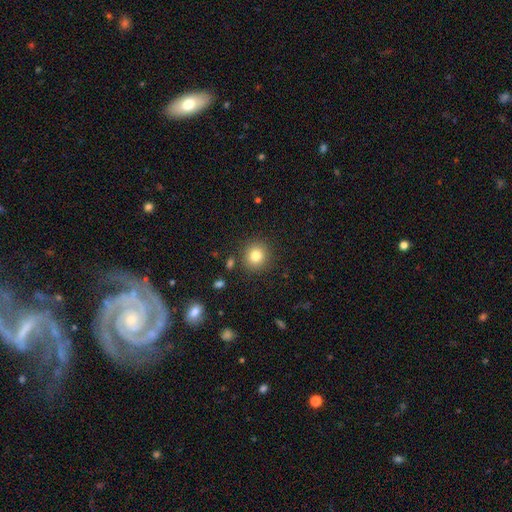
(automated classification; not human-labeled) Smooth or featured?
  - smooth: 81% *
  - star or artifact: 12%
  - featured or disk: 8%
How rounded?
  - round: 89% *
  - in between: 10%
  - cigar-shaped: 1%
Merging?
  - none: 88% *
  - minor disturbance: 7%
  - major disturbance: 3%
  - merger: 2%